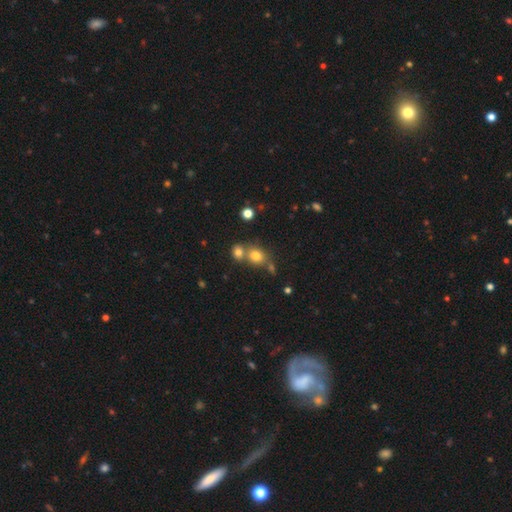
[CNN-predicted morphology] A smooth galaxy with no disk features (76%) that is round (69%).

Vote fractions:
- Smooth or featured? smooth: 76% / star or artifact: 14% / featured or disk: 10%
- How rounded? round: 69% / in between: 29% / cigar-shaped: 1%
- Merging? none: 49% / merger: 38% / minor disturbance: 9% / major disturbance: 4%